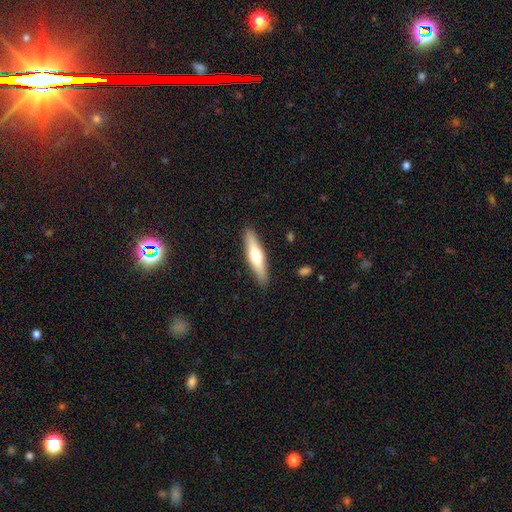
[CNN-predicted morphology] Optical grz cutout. It shows a smooth galaxy with no disk features (51%) that is cigar-shaped (78%). Merging: none (89%).